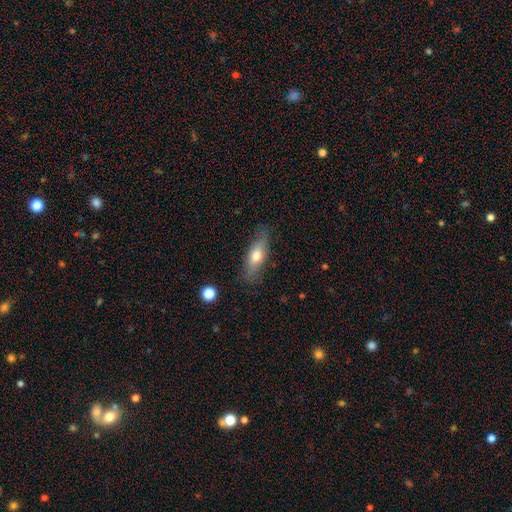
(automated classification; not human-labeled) This appears to be a smooth galaxy with no disk features (66%) that is in between round and cigar-shaped (63%). Merging: none (80%).